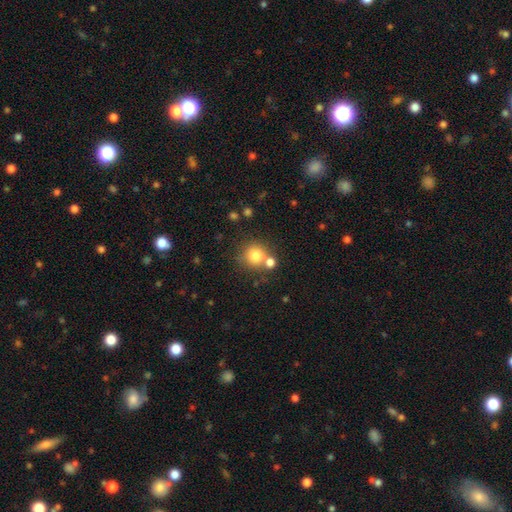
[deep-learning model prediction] A smooth galaxy with no disk features (78%) that is round (91%). Merging: none (62%).